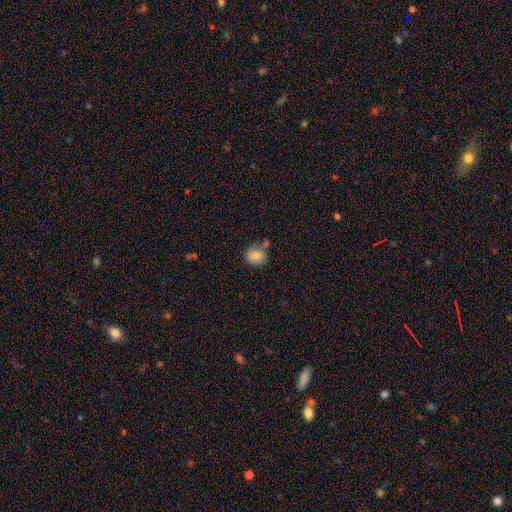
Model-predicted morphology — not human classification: smooth_or_featured: smooth (p=0.76) [alt: featured or disk p=0.14]
how_rounded: round (p=0.79) [alt: in between p=0.20]
merging: none (p=0.57) [alt: minor disturbance p=0.19]